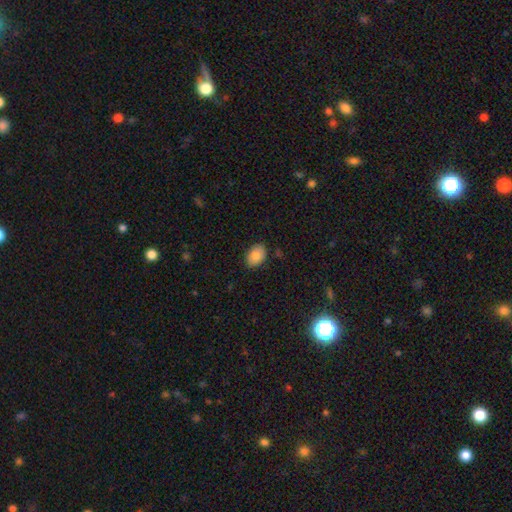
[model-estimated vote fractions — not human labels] A smooth galaxy with no disk features (84%) that is in between round and cigar-shaped (81%).

Vote fractions:
- Smooth or featured? smooth: 84% / featured or disk: 9% / star or artifact: 8%
- How rounded? in between: 81% / round: 18% / cigar-shaped: 1%
- Merging? none: 86% / minor disturbance: 11% / major disturbance: 2% / merger: 1%